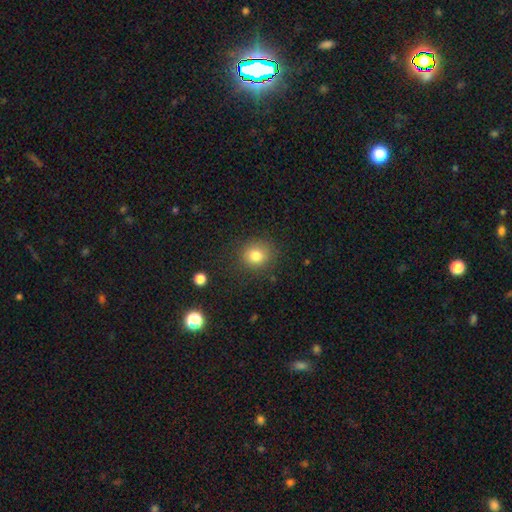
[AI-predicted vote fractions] A smooth galaxy with no disk features (81%) that is round (82%). Merging: none (85%).